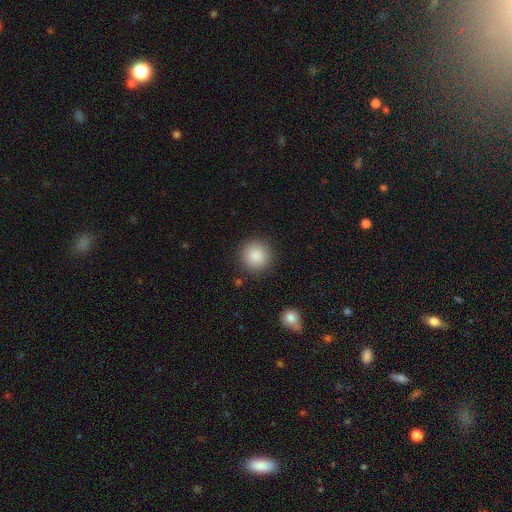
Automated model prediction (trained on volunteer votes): A smooth galaxy with no disk features (88%) that is round (95%). Merging: none (90%).